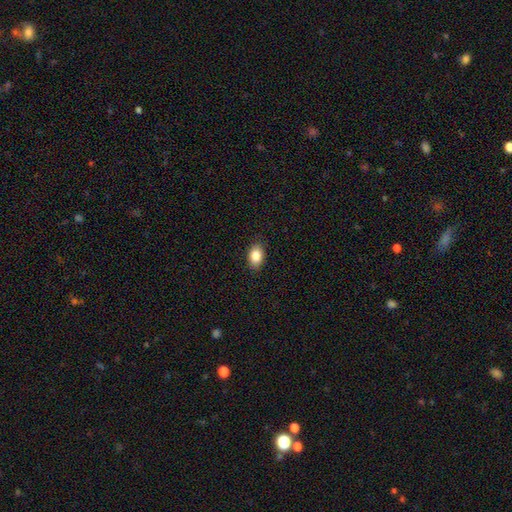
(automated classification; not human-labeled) A smooth galaxy with no disk features (85%) that is in between round and cigar-shaped (85%).

Vote fractions:
- Smooth or featured? smooth: 85% / star or artifact: 8% / featured or disk: 7%
- How rounded? in between: 85% / round: 13% / cigar-shaped: 1%
- Merging? none: 89% / minor disturbance: 9% / major disturbance: 2% / merger: 1%